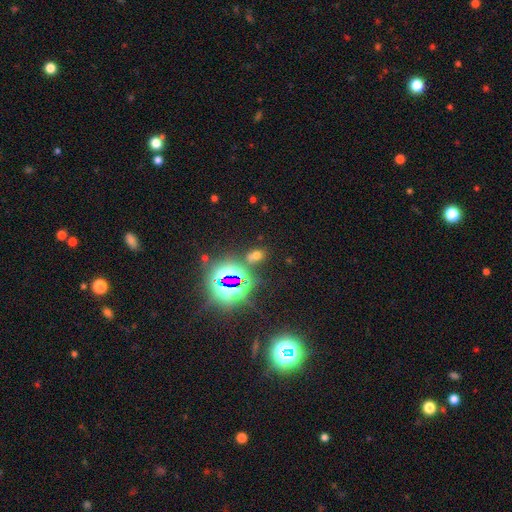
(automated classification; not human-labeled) Smooth or featured: star or artifact — 49% (smooth — 42%)